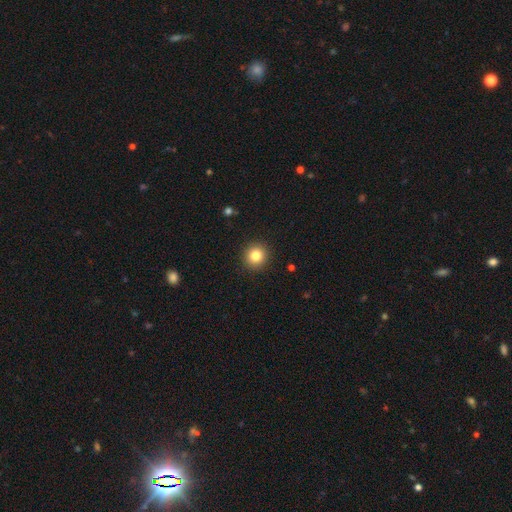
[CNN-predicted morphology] type=smooth (82%); roundness=round (92%); merging=none (92%).